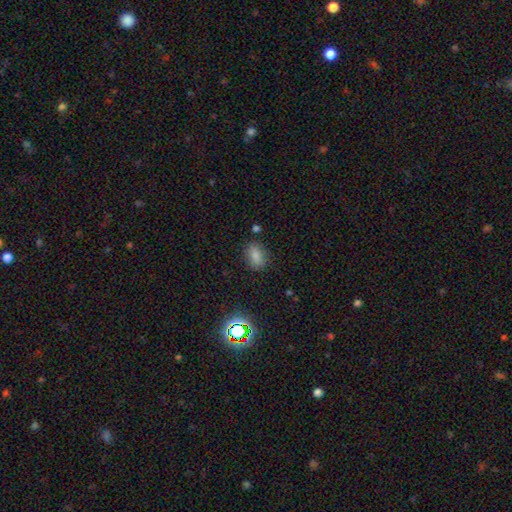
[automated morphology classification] This appears to be a smooth galaxy with no disk features (79%) that is in between round and cigar-shaped (79%). Merging: none (78%).